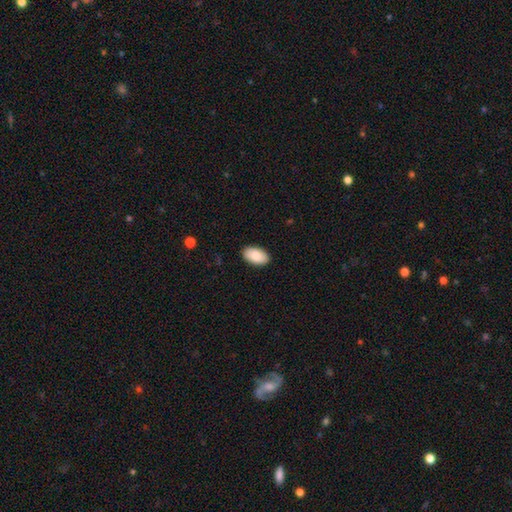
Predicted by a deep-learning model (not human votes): This appears to be a smooth galaxy with no disk features (87%) that is in between round and cigar-shaped (95%). Merging: none (89%).